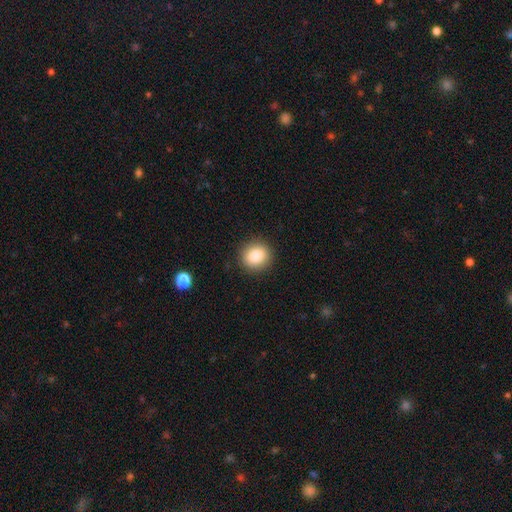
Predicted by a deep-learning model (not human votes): Overall: smooth (86%). How rounded: round (81%). Merging: none (90%).